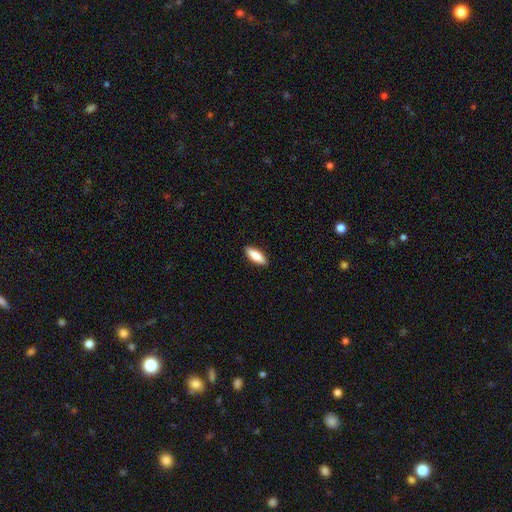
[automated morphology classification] The model was most divided on "how rounded": in between: 62%, cigar-shaped: 36%, round: 2%. More confident: merging — none (90%); smooth or featured — smooth (78%).